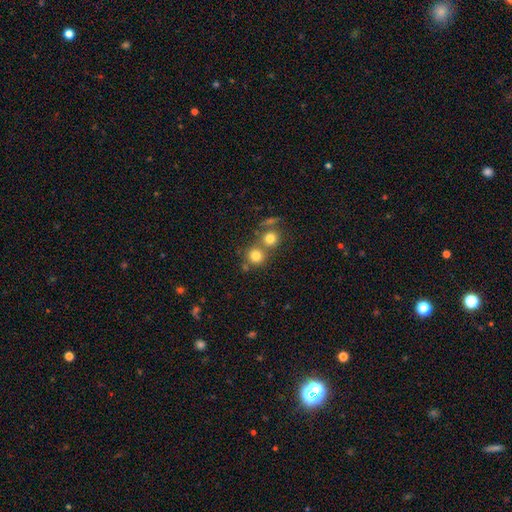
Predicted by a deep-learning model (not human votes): smooth 77%, star or artifact 14%, featured or disk 9%. Down the decision tree: how rounded — round (90%); merging — none (57%).